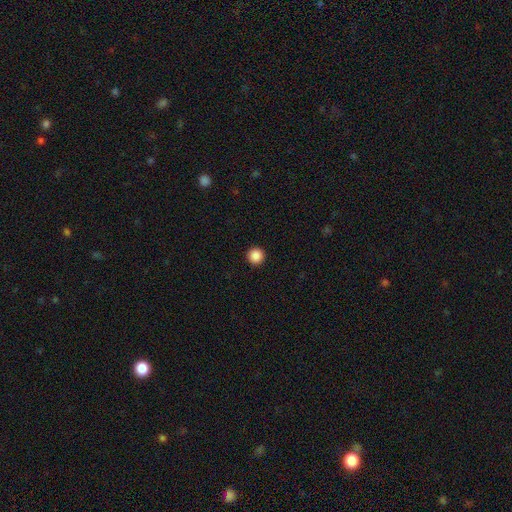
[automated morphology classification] type=smooth (88%); roundness=round (97%); merging=none (94%).